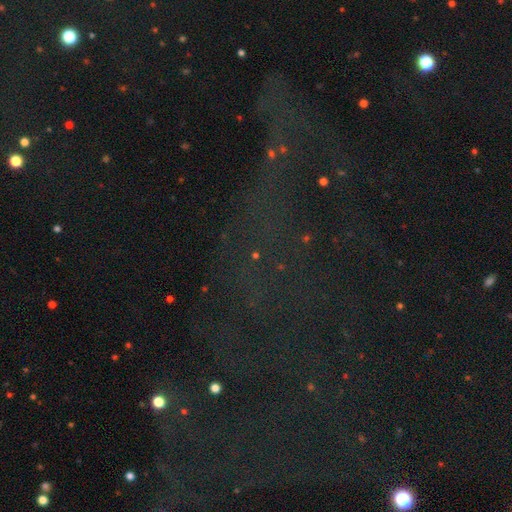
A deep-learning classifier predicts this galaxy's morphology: Smooth or featured? Predicted: star or artifact (p=0.74).